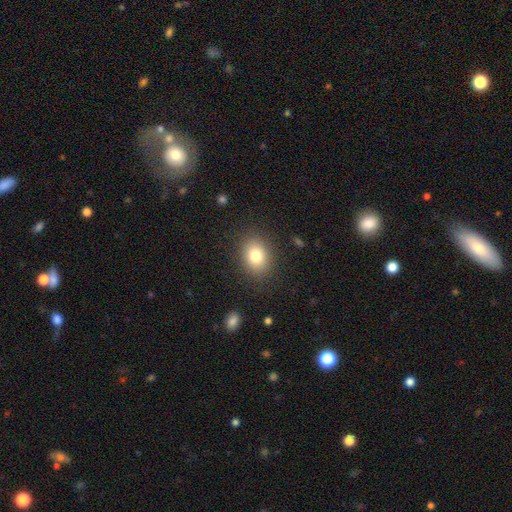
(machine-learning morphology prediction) A smooth galaxy with no disk features (81%) that is in between round and cigar-shaped (62%). Merging: none (86%).